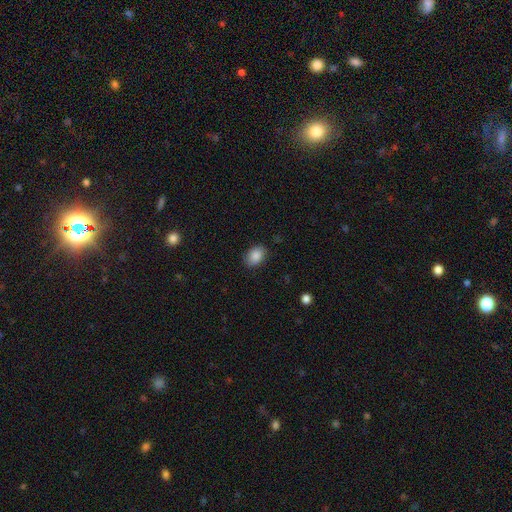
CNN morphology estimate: This is clearly a smooth galaxy (87%). How rounded: clearly in between (81%). Merging: clearly none (86%).